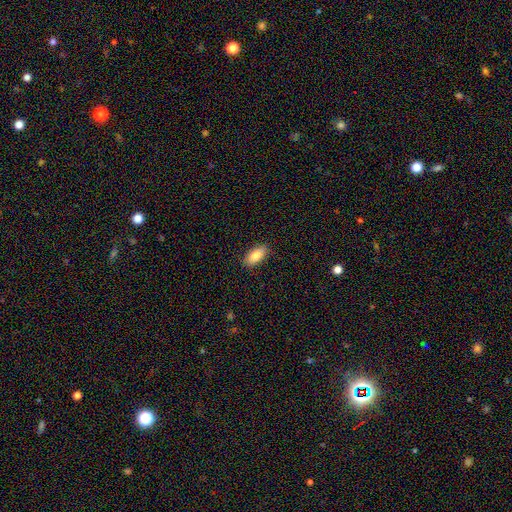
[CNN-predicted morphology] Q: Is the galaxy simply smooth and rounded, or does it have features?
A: smooth — 84%.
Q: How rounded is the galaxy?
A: in between — 87%.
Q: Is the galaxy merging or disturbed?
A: none — 88%.